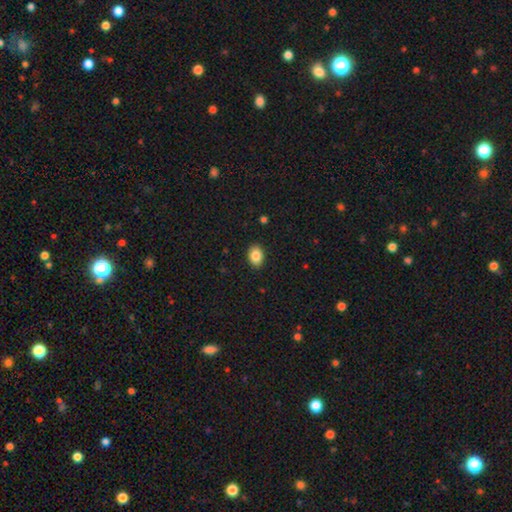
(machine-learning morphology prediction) Q: Smooth or featured?
A: smooth (86%); runner-up: star or artifact (8%)
Q: How rounded?
A: in between (78%); runner-up: round (21%)
Q: Merging?
A: none (90%); runner-up: minor disturbance (7%)